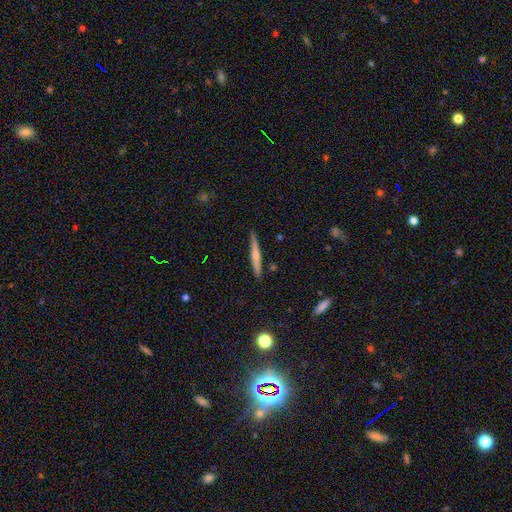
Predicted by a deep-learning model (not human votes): Overall: smooth (53%; featured or disk 41%). How rounded: cigar-shaped (95%). Merging: none (86%).